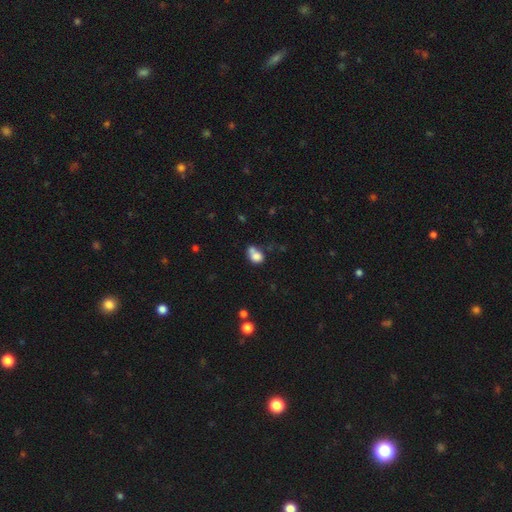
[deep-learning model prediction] Overall: smooth (77%). How rounded: in between (51%; round 47%). Merging: merger (46%; none 29%).